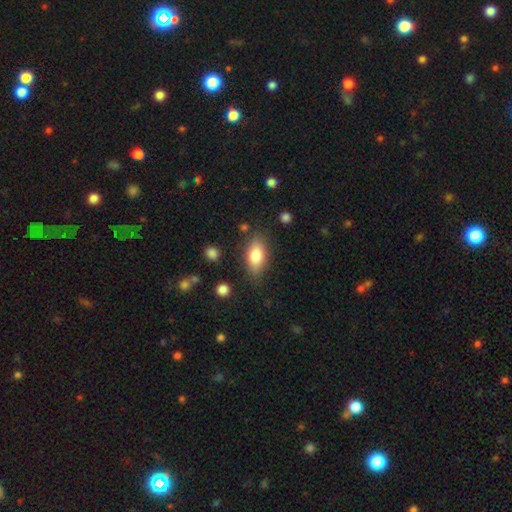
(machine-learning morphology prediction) Smooth or featured? Predicted: smooth (p=0.81). How rounded? Predicted: in between (p=0.87). Merging? Predicted: none (p=0.80).